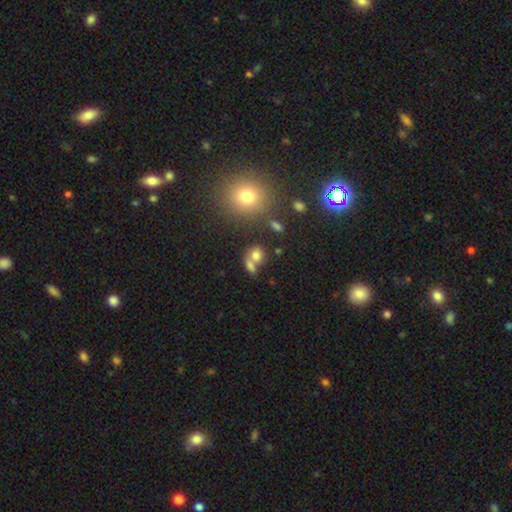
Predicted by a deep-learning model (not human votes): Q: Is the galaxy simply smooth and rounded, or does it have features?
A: smooth — 73%.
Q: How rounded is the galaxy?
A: round — 64%.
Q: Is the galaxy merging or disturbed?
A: merger — 49%.